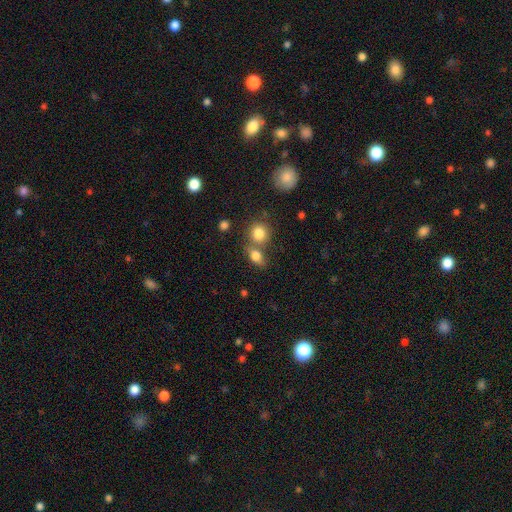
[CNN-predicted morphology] Smooth or featured? smooth (80%)
How rounded? in between (63%)
Merging? none (47%)